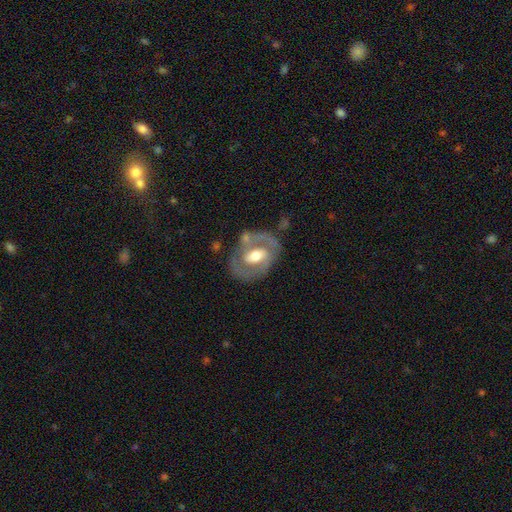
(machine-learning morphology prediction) This appears to be a featured or disk galaxy (71%) with a weak bar (40%), spiral arms (62%) and a moderate central bulge (66%). Merging: none (68%).